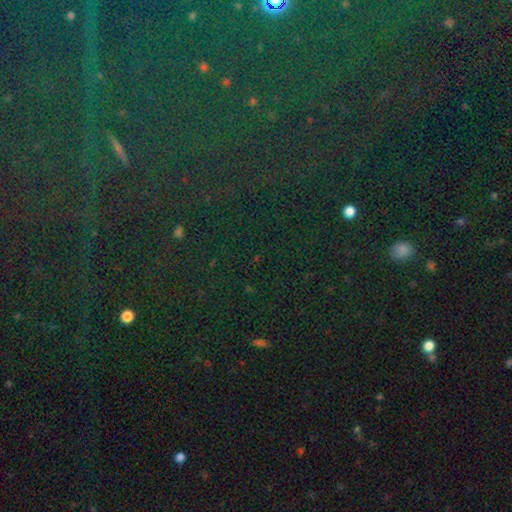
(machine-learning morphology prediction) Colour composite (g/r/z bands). It shows a star or artifact, not a galaxy (82%).